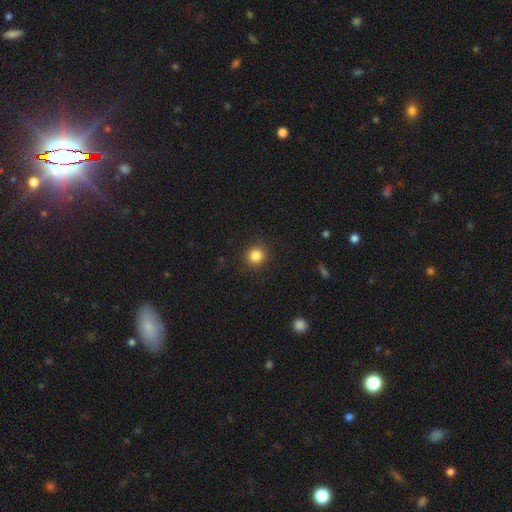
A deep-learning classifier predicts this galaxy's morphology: Smooth or featured? Predicted: smooth (p=0.85). How rounded? Predicted: round (p=0.88). Merging? Predicted: none (p=0.90).